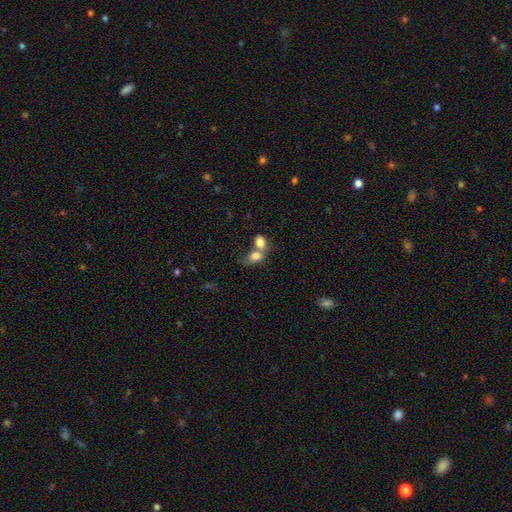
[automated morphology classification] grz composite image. It shows a smooth galaxy with no disk features (80%) that is in between round and cigar-shaped (73%). Merging: merger (68%).